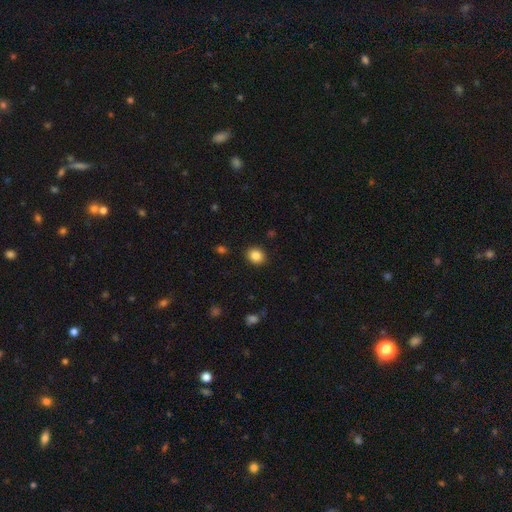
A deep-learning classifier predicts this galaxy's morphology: smooth_or_featured: smooth (p=0.86) [alt: star or artifact p=0.10]
how_rounded: round (p=0.66) [alt: in between p=0.33]
merging: none (p=0.90) [alt: minor disturbance p=0.07]